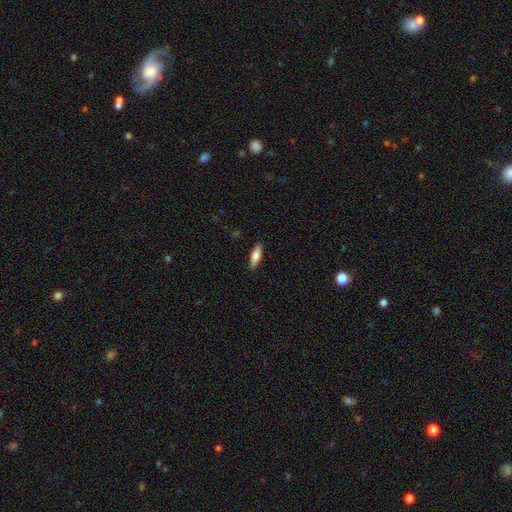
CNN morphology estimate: smooth 69%, featured or disk 25%, star or artifact 6%. Down the decision tree: how rounded — cigar-shaped (56%); merging — none (89%).